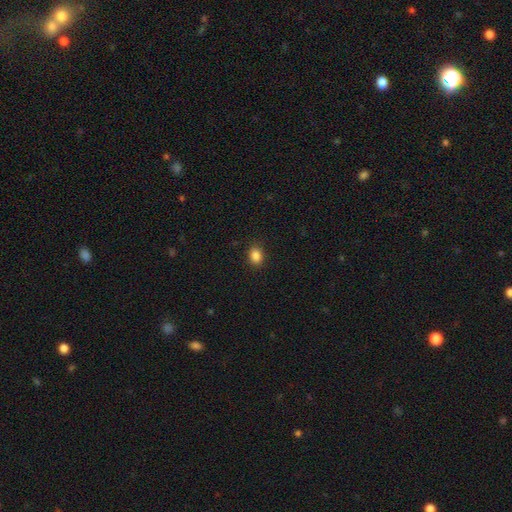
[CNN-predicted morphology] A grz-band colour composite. It shows a smooth galaxy with no disk features (87%) that is in between round and cigar-shaped (65%). Merging: none (89%).